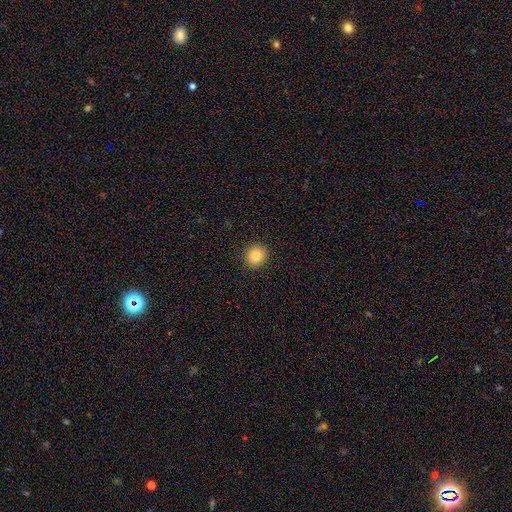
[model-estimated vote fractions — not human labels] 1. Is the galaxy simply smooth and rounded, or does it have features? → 82% smooth, 10% star or artifact, 8% featured or disk.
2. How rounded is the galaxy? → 83% round, 16% in between, 1% cigar-shaped.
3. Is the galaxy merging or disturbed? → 90% none, 7% minor disturbance, 2% major disturbance, 1% merger.